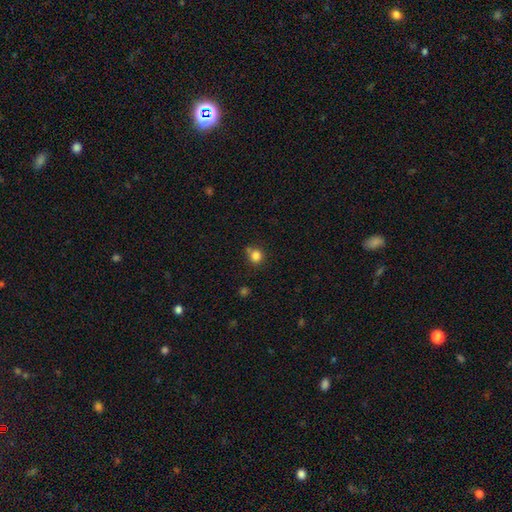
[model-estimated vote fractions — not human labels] Morphology: type=smooth (83%); roundness=round (88%); merging=none (69%).